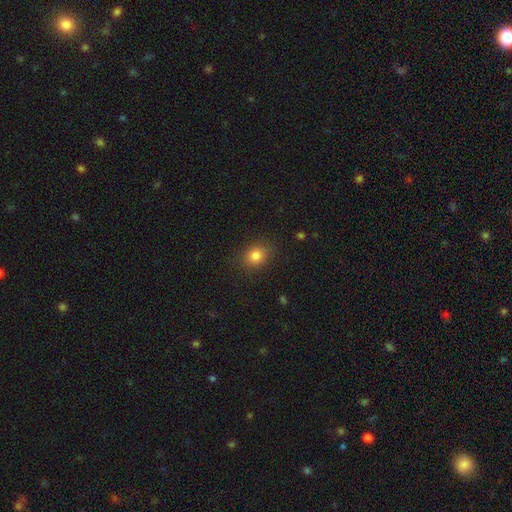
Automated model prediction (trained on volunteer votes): Overall: smooth (82%). How rounded: round (55%; in between 44%). Merging: none (85%).